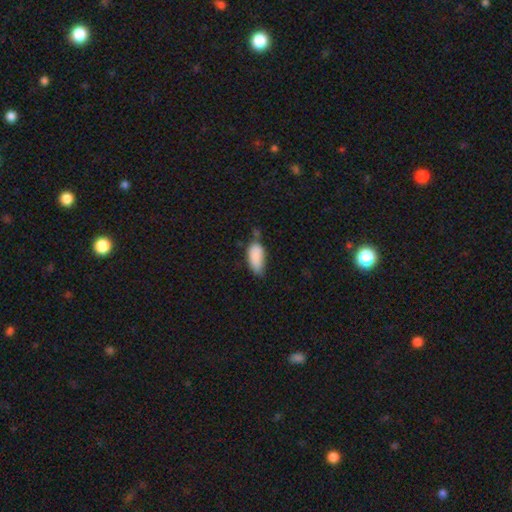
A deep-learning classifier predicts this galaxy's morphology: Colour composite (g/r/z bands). It shows a smooth galaxy with no disk features (86%) that is in between round and cigar-shaped (88%). Merging: none (42%).